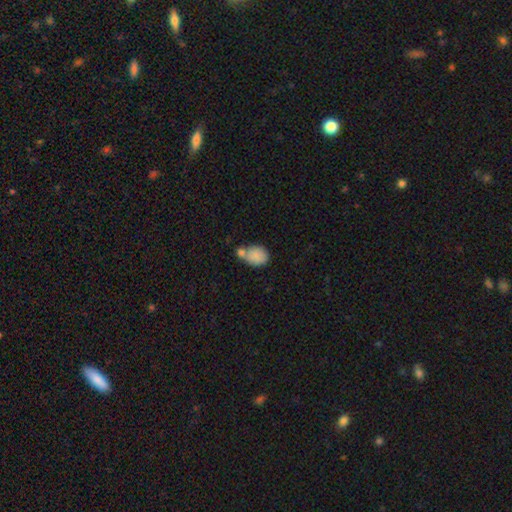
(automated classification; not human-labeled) smooth-or-featured: smooth: 84% | star or artifact: 8% | featured or disk: 8%
  how-rounded: in between: 63% | round: 36% | cigar-shaped: 1%
  merging: merger: 40% | none: 39% | minor disturbance: 15% | major disturbance: 6%